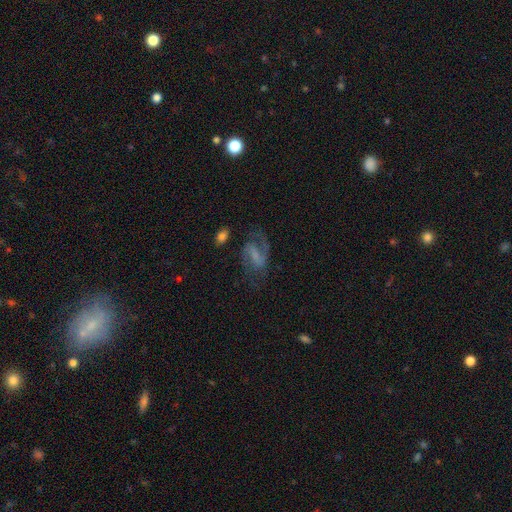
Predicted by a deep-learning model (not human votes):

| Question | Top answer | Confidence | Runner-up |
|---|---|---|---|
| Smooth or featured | featured or disk | 78% | smooth (13%) |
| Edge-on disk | no | 97% | yes (3%) |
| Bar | weak | 46% | strong (33%) |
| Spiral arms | yes | 93% | no (7%) |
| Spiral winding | medium | 52% | loose (30%) |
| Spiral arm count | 2 | 83% | 1 (9%) |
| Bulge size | none | 51% | small (26%) |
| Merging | none | 62% | minor disturbance (18%) |